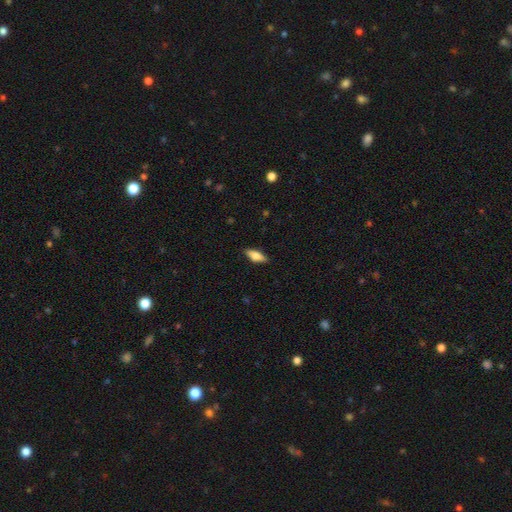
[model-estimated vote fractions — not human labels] Smooth or featured: smooth — 72% (featured or disk — 22%)
How rounded: in between — 69% (cigar-shaped — 29%)
Merging: none — 86% (minor disturbance — 10%)